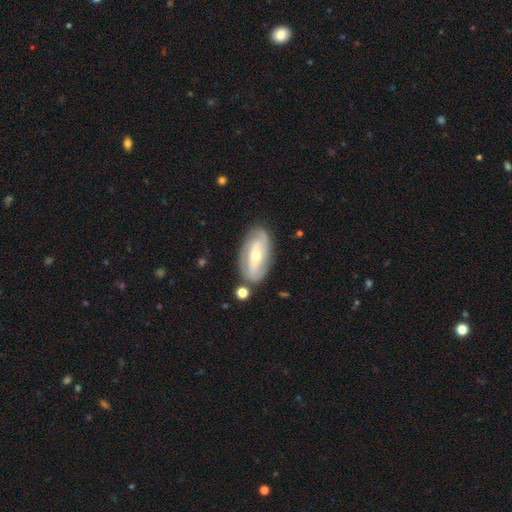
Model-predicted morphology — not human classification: This appears to be a featured or disk galaxy (67%) with no bar (40%), spiral arms (70%) and a moderate central bulge (49%). Merging: none (78%).